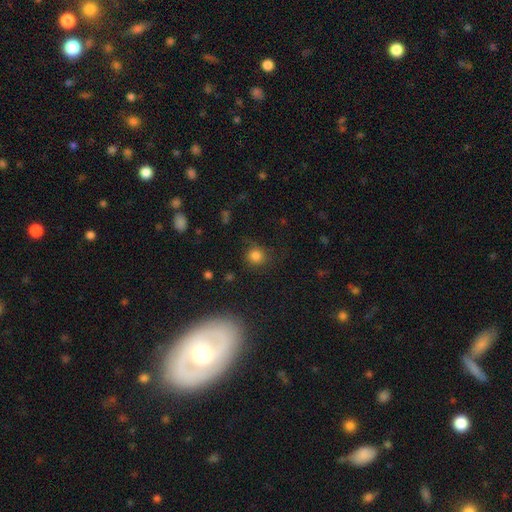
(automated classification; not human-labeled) Q: Smooth or featured?
A: smooth (80%); runner-up: star or artifact (14%)
Q: How rounded?
A: round (88%); runner-up: in between (10%)
Q: Merging?
A: none (77%); runner-up: minor disturbance (14%)